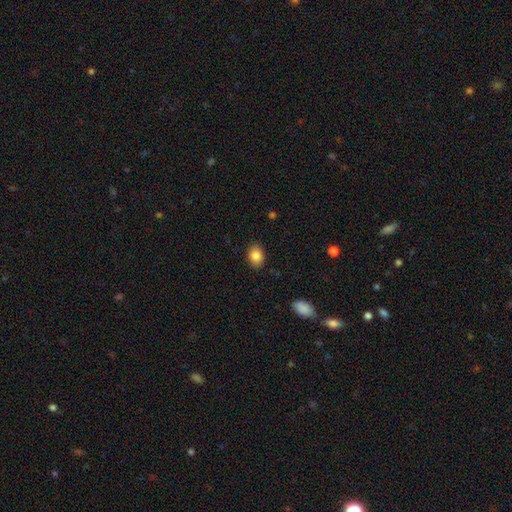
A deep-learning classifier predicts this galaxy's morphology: smooth_or_featured: smooth (p=0.85) [alt: star or artifact p=0.09]
how_rounded: in between (p=0.70) [alt: round p=0.29]
merging: none (p=0.87) [alt: minor disturbance p=0.10]